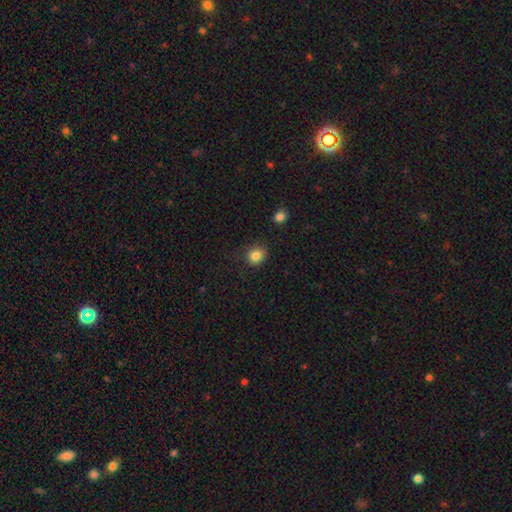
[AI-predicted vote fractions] Overall: smooth (84%). How rounded: round (75%). Merging: none (79%).